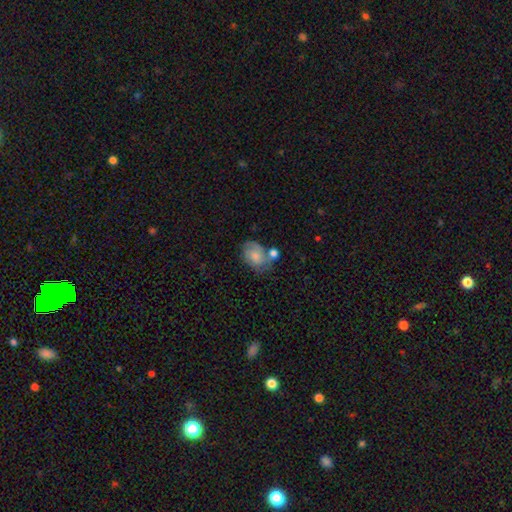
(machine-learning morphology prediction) smooth_or_featured: smooth (p=0.65) [alt: featured or disk p=0.27]
how_rounded: in between (p=0.70) [alt: round p=0.29]
merging: none (p=0.42) [alt: minor disturbance p=0.24]